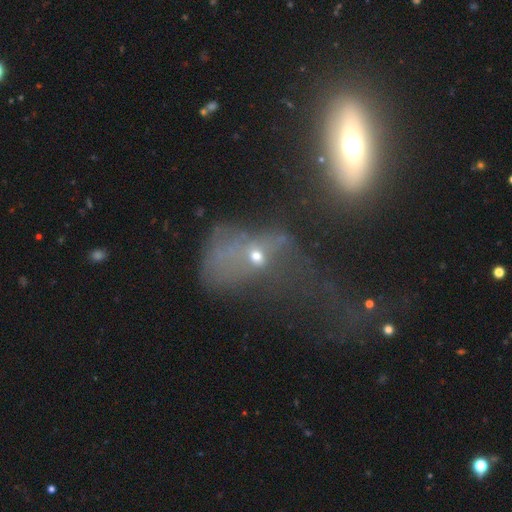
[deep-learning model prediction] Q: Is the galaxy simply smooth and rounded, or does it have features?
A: smooth — 39%.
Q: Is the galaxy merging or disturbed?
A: major disturbance — 45%.